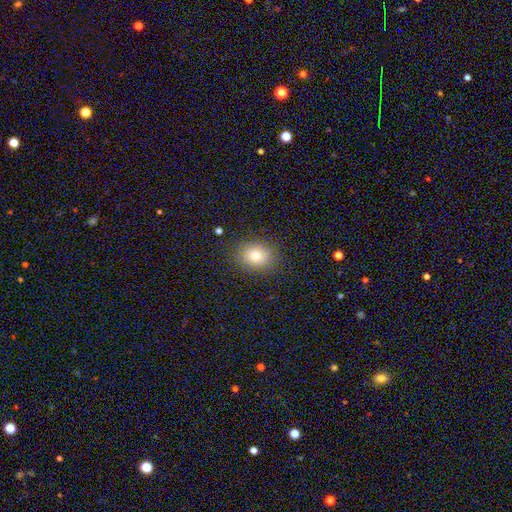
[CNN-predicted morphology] smooth-or-featured: smooth: 79% | star or artifact: 12% | featured or disk: 10%
  how-rounded: round: 53% | in between: 46% | cigar-shaped: 1%
  merging: none: 87% | minor disturbance: 9% | major disturbance: 3% | merger: 1%